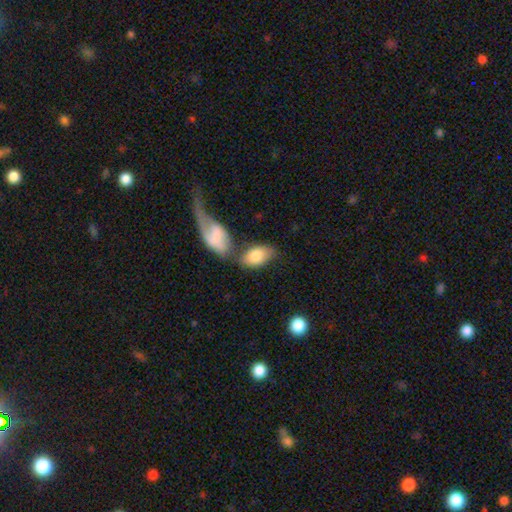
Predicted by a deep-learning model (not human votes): Smooth or featured? smooth (78%)
How rounded? in between (92%)
Merging? none (42%)